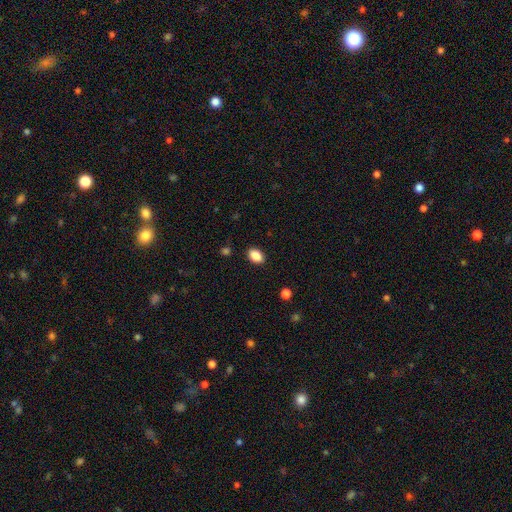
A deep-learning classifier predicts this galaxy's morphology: smooth-or-featured: smooth: 88% | star or artifact: 9% | featured or disk: 4%
  how-rounded: in between: 83% | round: 16% | cigar-shaped: 1%
  merging: none: 89% | minor disturbance: 8% | major disturbance: 2% | merger: 1%